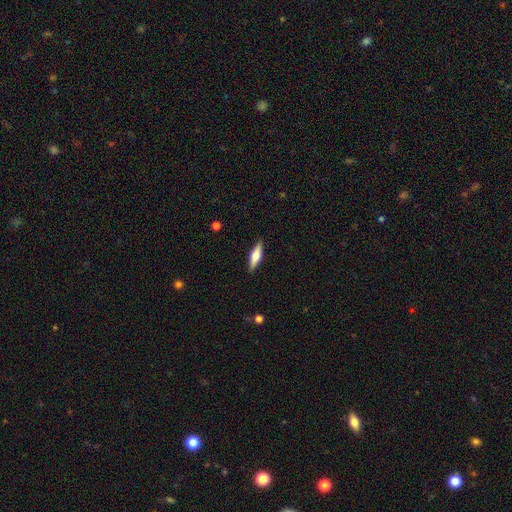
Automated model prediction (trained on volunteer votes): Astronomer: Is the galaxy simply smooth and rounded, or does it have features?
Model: smooth — 51% (runner-up: featured or disk, 43%).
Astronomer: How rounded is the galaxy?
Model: cigar-shaped — 61% (runner-up: in between, 37%).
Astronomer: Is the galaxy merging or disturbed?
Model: none — 89%.